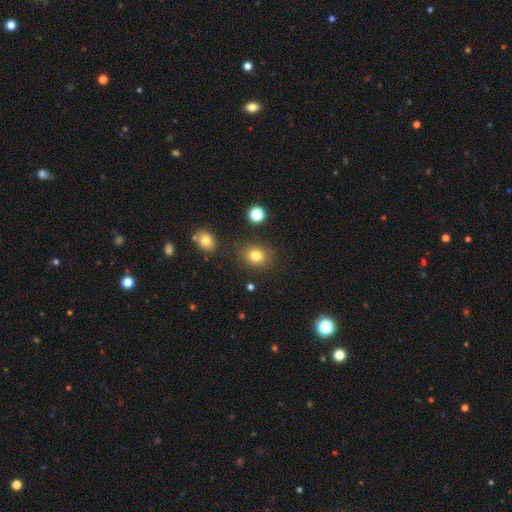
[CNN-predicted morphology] This is likely a smooth galaxy (80%). How rounded: likely round (67%). Merging: clearly none (83%).